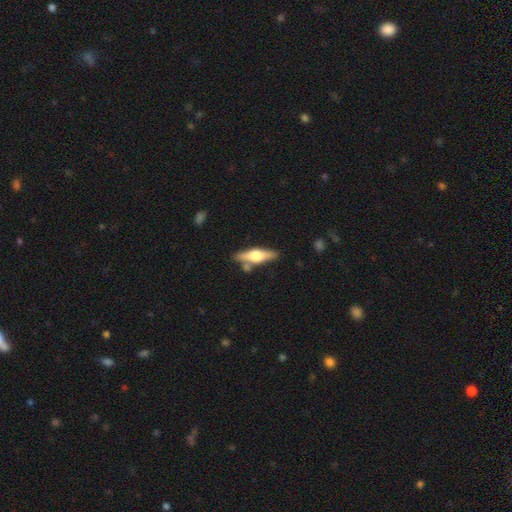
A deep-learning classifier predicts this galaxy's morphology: smooth-or-featured: featured or disk: 62% | smooth: 32% | star or artifact: 6%
  disk-edge-on: yes: 95% | no: 5%
    edge-on-bulge: rounded: 93% | boxy: 5% | none: 2%
  merging: none: 77% | minor disturbance: 12% | merger: 8% | major disturbance: 3%